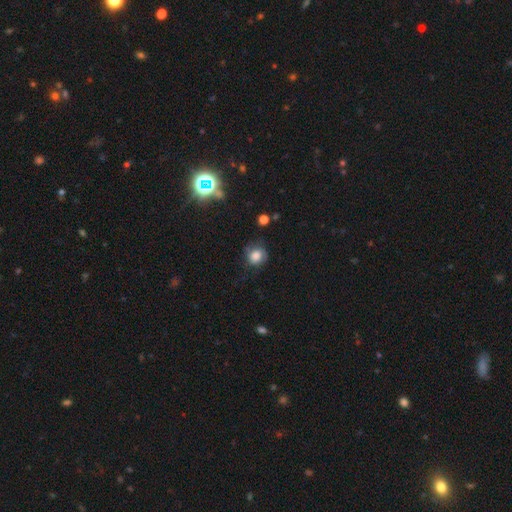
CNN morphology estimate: Smooth or featured: smooth — 72% (featured or disk — 16%)
How rounded: round — 78% (in between — 21%)
Merging: none — 61% (minor disturbance — 26%)